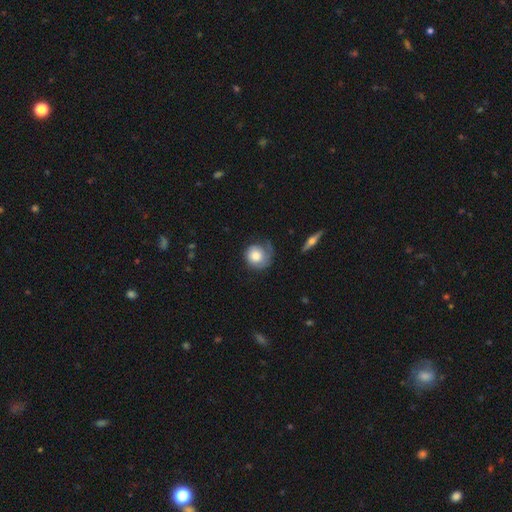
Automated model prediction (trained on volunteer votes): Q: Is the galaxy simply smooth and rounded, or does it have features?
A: smooth — 70%.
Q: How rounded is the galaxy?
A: round — 88%.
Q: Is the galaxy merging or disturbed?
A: none — 52%.